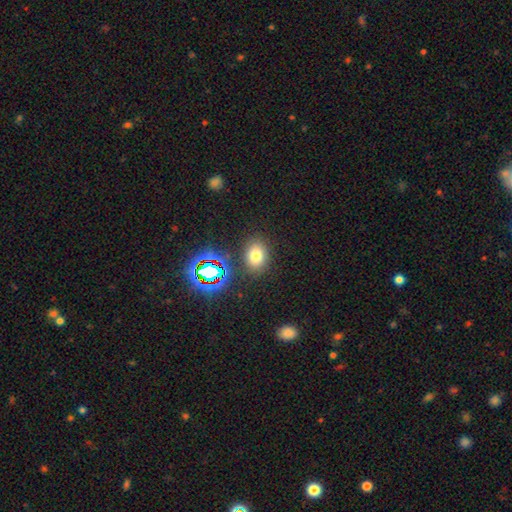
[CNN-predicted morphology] Smooth or featured? smooth (71%)
How rounded? in between (64%)
Merging? none (85%)